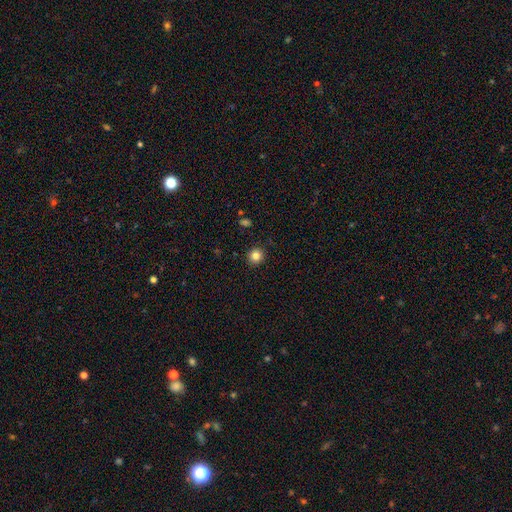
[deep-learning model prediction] This appears to be a smooth galaxy with no disk features (83%) that is round (92%). Merging: none (92%).